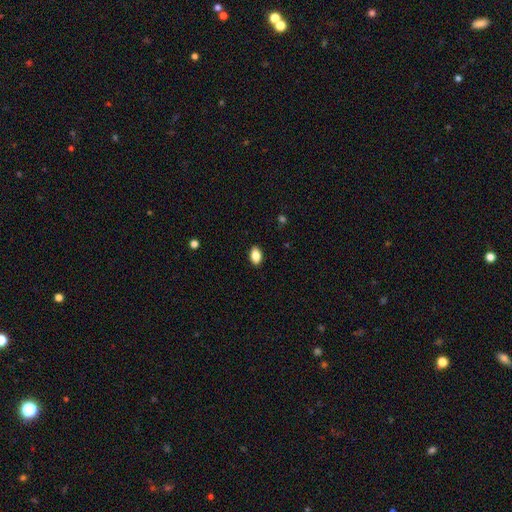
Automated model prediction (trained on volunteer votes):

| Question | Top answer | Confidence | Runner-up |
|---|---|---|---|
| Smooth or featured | smooth | 86% | star or artifact (8%) |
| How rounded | in between | 90% | round (8%) |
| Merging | none | 89% | minor disturbance (9%) |